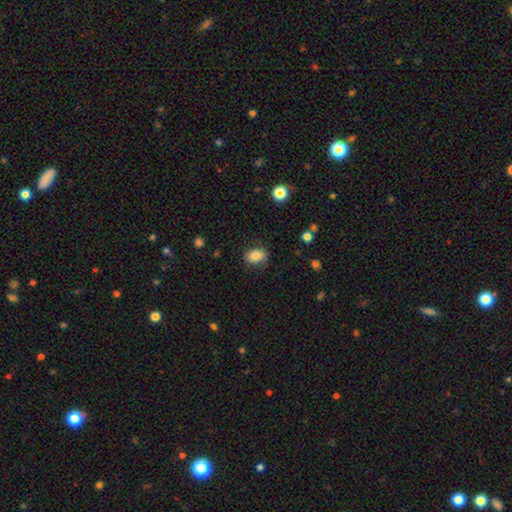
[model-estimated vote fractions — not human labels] A smooth galaxy with no disk features (79%) that is in between round and cigar-shaped (77%).

Vote fractions:
- Smooth or featured? smooth: 79% / featured or disk: 12% / star or artifact: 9%
- How rounded? in between: 77% / round: 21% / cigar-shaped: 2%
- Merging? none: 78% / minor disturbance: 16% / major disturbance: 5% / merger: 1%